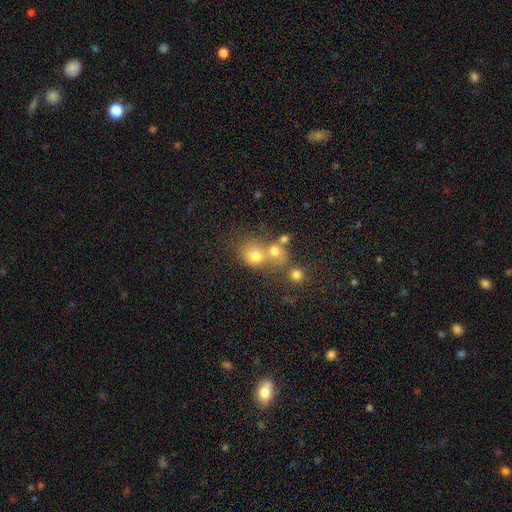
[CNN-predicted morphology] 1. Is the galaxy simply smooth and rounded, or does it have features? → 69% smooth, 17% star or artifact, 14% featured or disk.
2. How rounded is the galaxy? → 75% round, 24% in between, 1% cigar-shaped.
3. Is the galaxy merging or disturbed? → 47% merger, 40% none, 8% minor disturbance, 4% major disturbance.